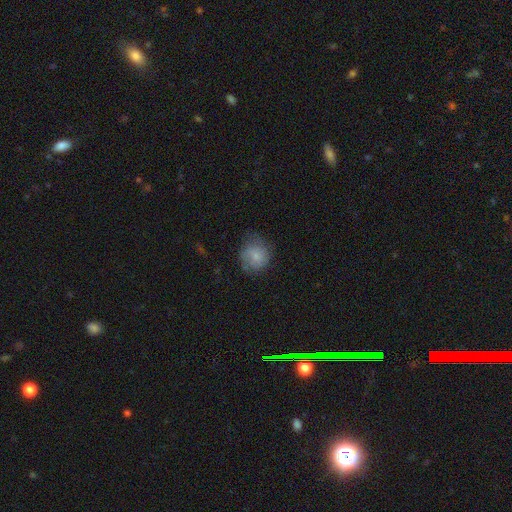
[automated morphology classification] A smooth galaxy with no disk features (72%) that is round (81%).

Vote fractions:
- Smooth or featured? smooth: 72% / featured or disk: 20% / star or artifact: 8%
- How rounded? round: 81% / in between: 18% / cigar-shaped: 1%
- Merging? none: 57% / minor disturbance: 28% / major disturbance: 13% / merger: 2%